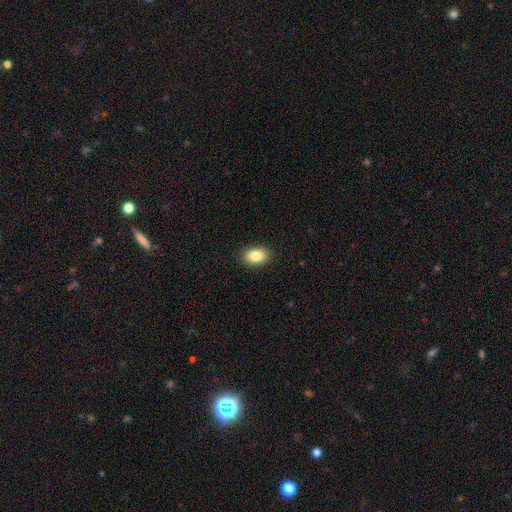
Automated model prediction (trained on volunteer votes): A smooth galaxy with no disk features (86%) that is in between round and cigar-shaped (87%).

Vote fractions:
- Smooth or featured? smooth: 86% / star or artifact: 8% / featured or disk: 6%
- How rounded? in between: 87% / round: 11% / cigar-shaped: 1%
- Merging? none: 89% / minor disturbance: 8% / major disturbance: 2% / merger: 1%